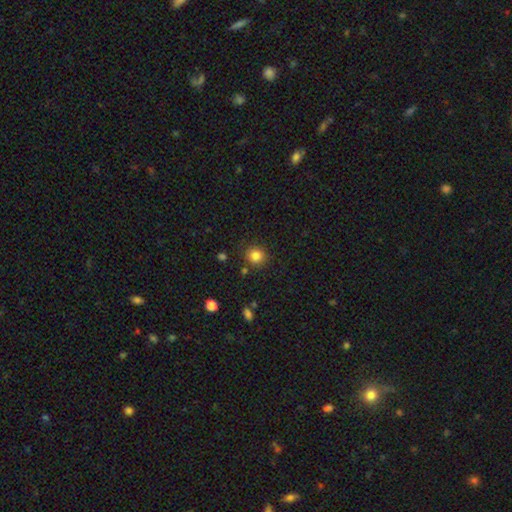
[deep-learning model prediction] smooth_or_featured: smooth (p=0.83) [alt: star or artifact p=0.12]
how_rounded: round (p=0.89) [alt: in between p=0.10]
merging: none (p=0.85) [alt: minor disturbance p=0.09]